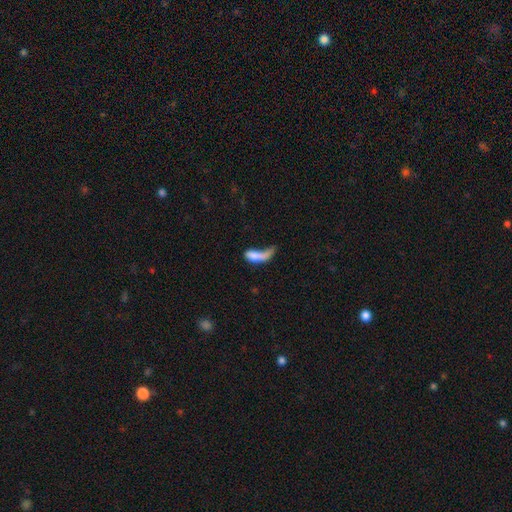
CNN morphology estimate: A smooth galaxy with no disk features (67%) that is in between round and cigar-shaped (63%). Merging: major disturbance (47%).